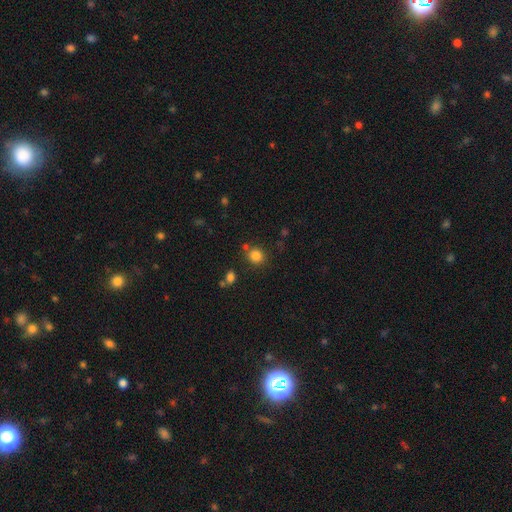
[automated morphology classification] Smooth or featured: smooth — 83% (star or artifact — 12%)
How rounded: round — 81% (in between — 18%)
Merging: none — 77% (minor disturbance — 10%)